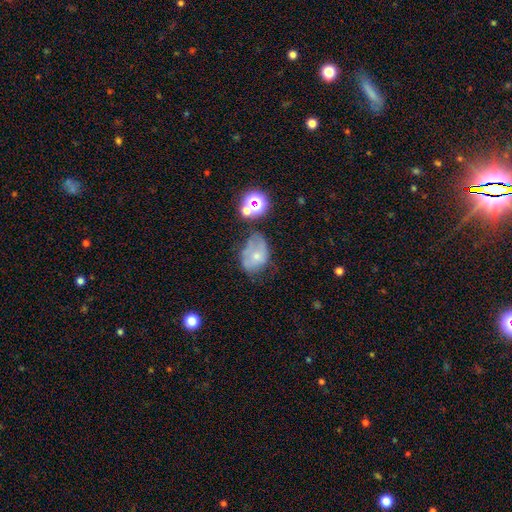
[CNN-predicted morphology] smooth_or_featured: smooth (p=0.50) [alt: featured or disk p=0.36]
merging: minor disturbance (p=0.34) [alt: none p=0.33]